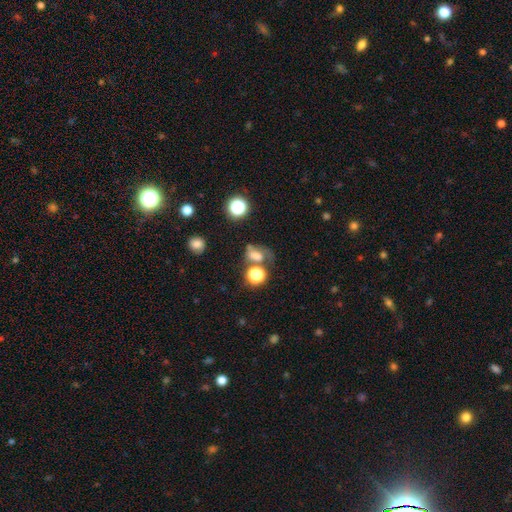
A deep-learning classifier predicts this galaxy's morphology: Smooth or featured? Predicted: smooth (p=0.56). How rounded? Predicted: in between (p=0.57). Merging? Predicted: none (p=0.35).